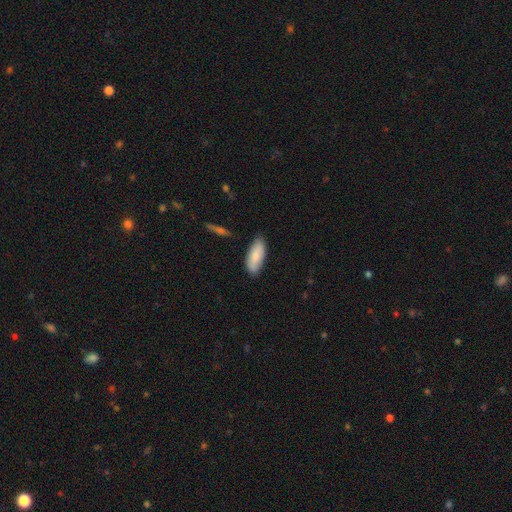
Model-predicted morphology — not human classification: This is clearly a smooth galaxy (82%). How rounded: clearly in between (82%). Merging: clearly none (81%).